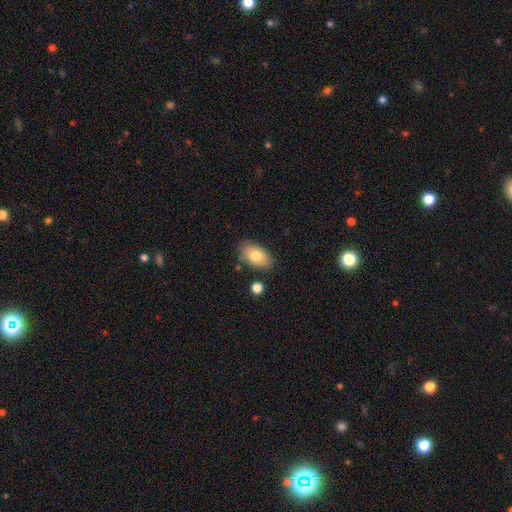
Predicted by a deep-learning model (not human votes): Overall: smooth (78%). How rounded: in between (91%). Merging: none (80%).